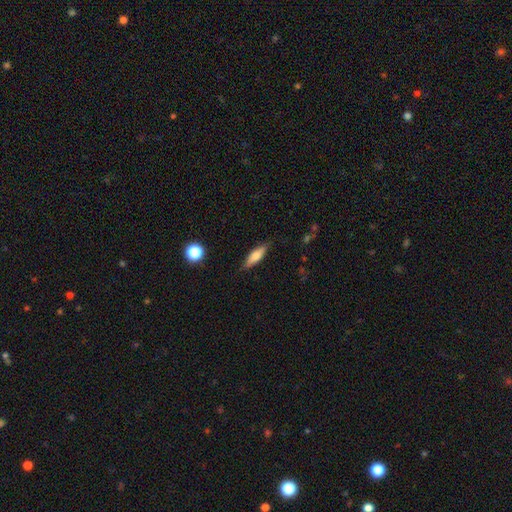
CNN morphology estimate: This is likely a smooth galaxy (63%). How rounded: possibly cigar-shaped (52%). Merging: clearly none (82%).